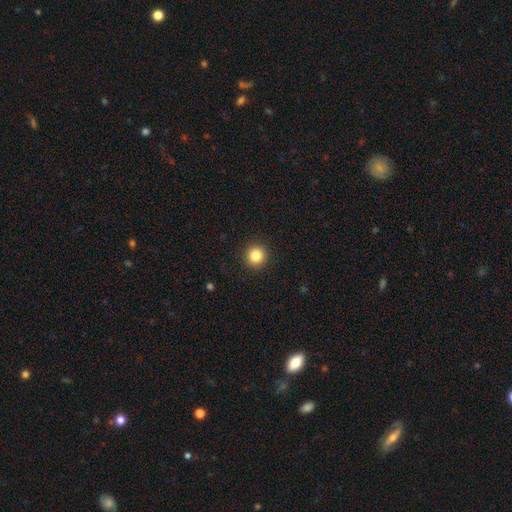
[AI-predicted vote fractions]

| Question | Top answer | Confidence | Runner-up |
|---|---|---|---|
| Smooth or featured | smooth | 85% | star or artifact (11%) |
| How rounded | round | 93% | in between (6%) |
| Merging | none | 92% | minor disturbance (5%) |